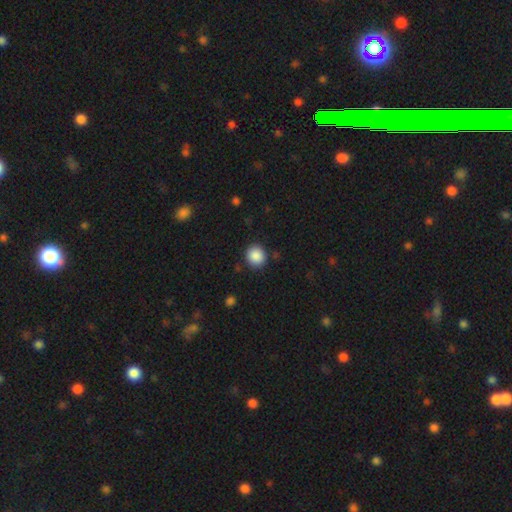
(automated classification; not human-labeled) Smooth or featured? Predicted: smooth (p=0.88). How rounded? Predicted: round (p=0.86). Merging? Predicted: none (p=0.89).